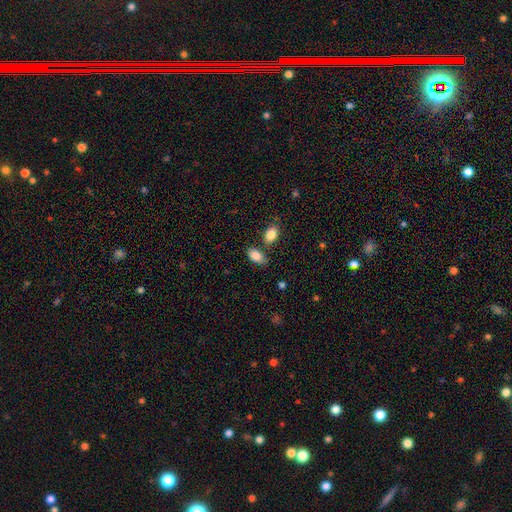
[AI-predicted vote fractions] A smooth galaxy with no disk features (86%) that is in between round and cigar-shaped (92%).

Vote fractions:
- Smooth or featured? smooth: 86% / star or artifact: 7% / featured or disk: 7%
- How rounded? in between: 92% / round: 6% / cigar-shaped: 2%
- Merging? none: 68% / minor disturbance: 16% / merger: 13% / major disturbance: 4%